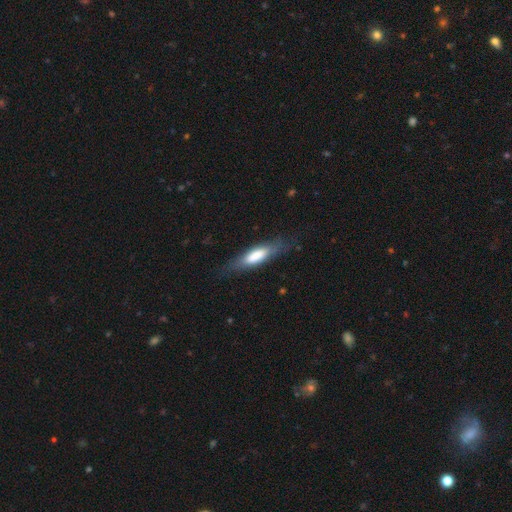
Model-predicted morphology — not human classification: smooth_or_featured: smooth (p=0.63) [alt: featured or disk p=0.30]
how_rounded: cigar-shaped (p=0.61) [alt: in between p=0.37]
merging: none (p=0.74) [alt: minor disturbance p=0.18]